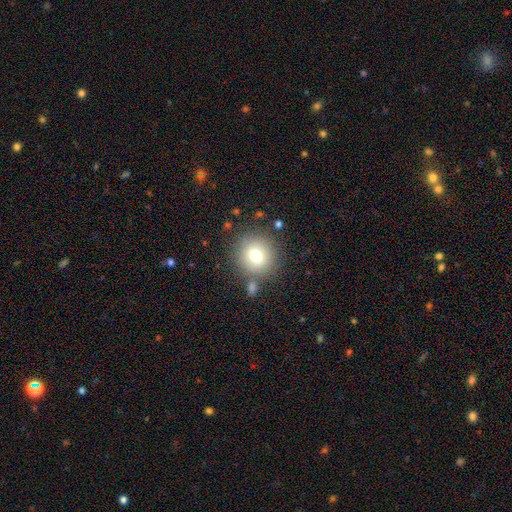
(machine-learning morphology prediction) smooth 76%, featured or disk 13%, star or artifact 11%. Down the decision tree: how rounded — round (91%); merging — none (79%).